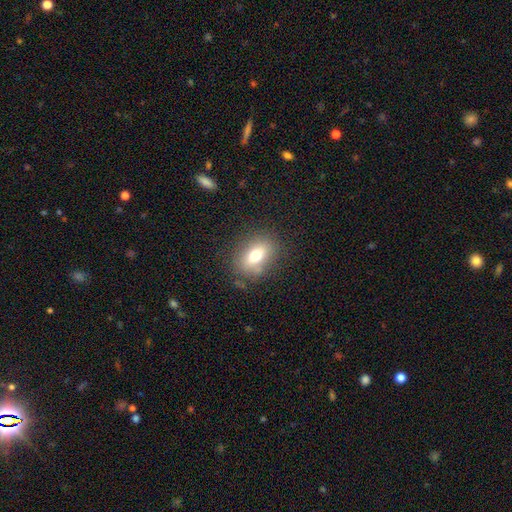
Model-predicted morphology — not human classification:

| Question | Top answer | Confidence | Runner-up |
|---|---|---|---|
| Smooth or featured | smooth | 69% | featured or disk (20%) |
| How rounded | in between | 74% | round (22%) |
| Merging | none | 80% | minor disturbance (13%) |